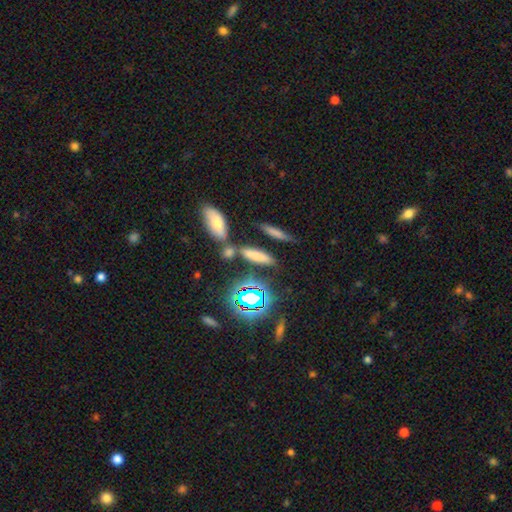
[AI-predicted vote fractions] Q: Smooth or featured?
A: smooth (67%); runner-up: star or artifact (21%)
Q: How rounded?
A: cigar-shaped (59%); runner-up: in between (36%)
Q: Merging?
A: none (70%); runner-up: merger (15%)